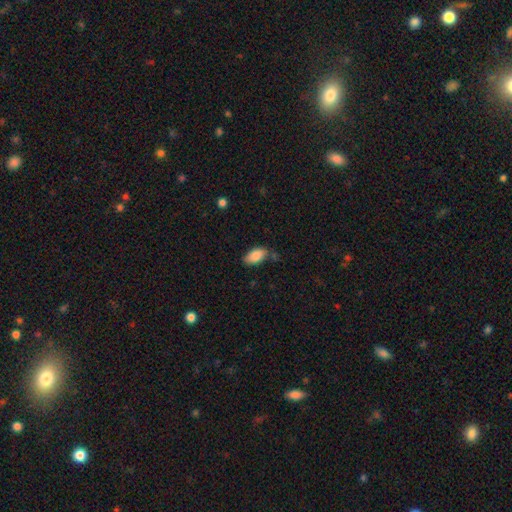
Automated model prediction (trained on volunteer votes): Smooth or featured: smooth — 86% (featured or disk — 7%)
How rounded: in between — 93% (cigar-shaped — 4%)
Merging: none — 69% (minor disturbance — 21%)